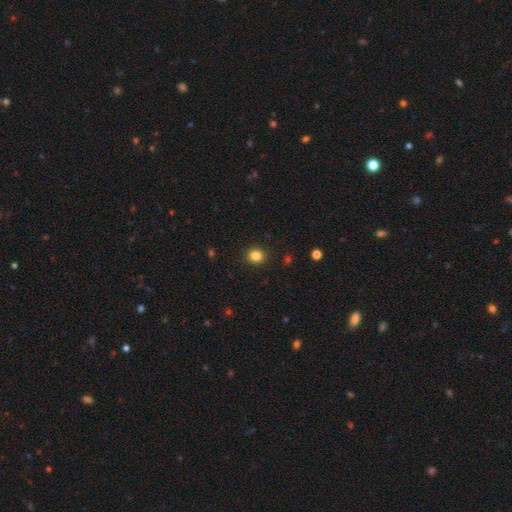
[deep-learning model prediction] Smooth or featured? smooth (84%)
How rounded? round (79%)
Merging? none (90%)